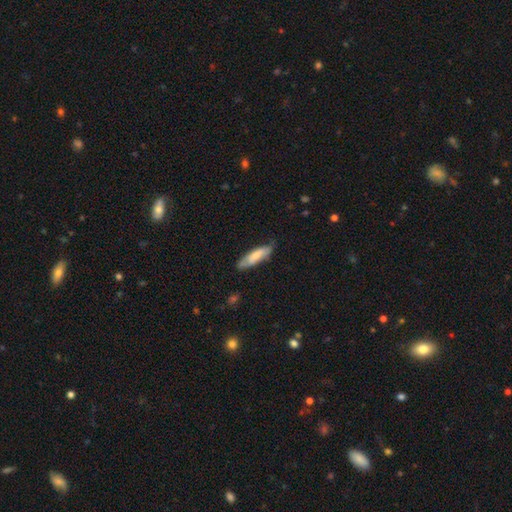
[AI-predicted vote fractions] Smooth or featured: smooth — 70% (featured or disk — 24%)
How rounded: cigar-shaped — 61% (in between — 38%)
Merging: none — 72% (minor disturbance — 22%)